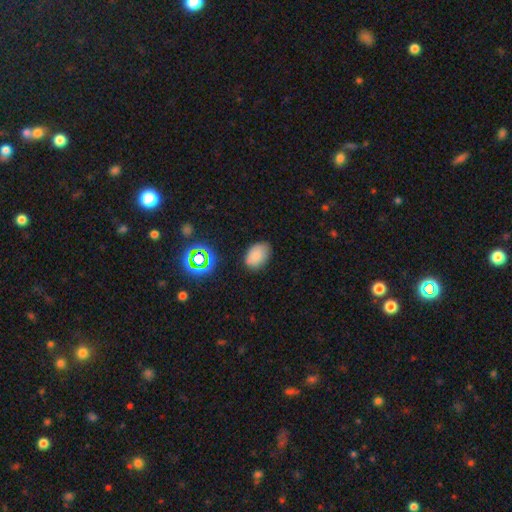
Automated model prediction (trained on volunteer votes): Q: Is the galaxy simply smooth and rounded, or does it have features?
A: smooth — 77%.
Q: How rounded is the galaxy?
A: in between — 85%.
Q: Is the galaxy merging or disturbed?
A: none — 78%.